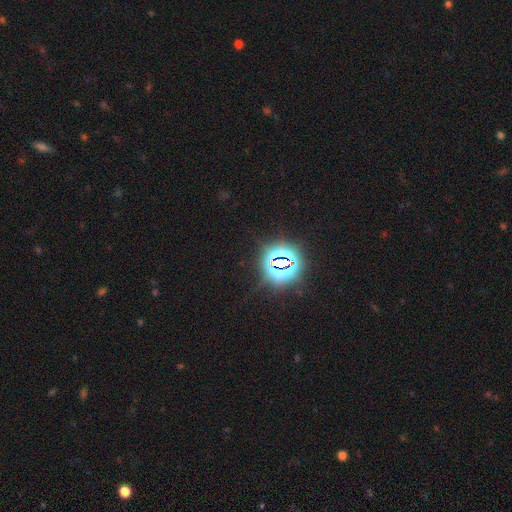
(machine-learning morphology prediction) Smooth or featured: star or artifact — 84% (smooth — 11%)